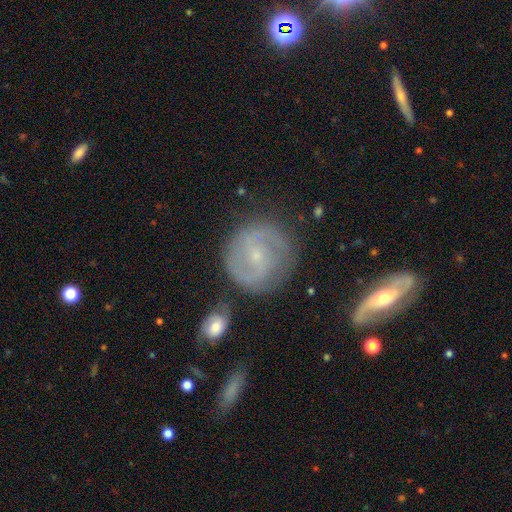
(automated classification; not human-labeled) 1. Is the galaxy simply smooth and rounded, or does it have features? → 77% featured or disk, 16% smooth, 7% star or artifact.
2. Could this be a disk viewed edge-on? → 96% no, 4% yes.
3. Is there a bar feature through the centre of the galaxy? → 44% no, 42% weak, 14% strong.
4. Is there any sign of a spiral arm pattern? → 91% yes, 9% no.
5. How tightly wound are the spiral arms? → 43% medium, 37% tight, 19% loose.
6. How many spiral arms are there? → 78% 2, 12% can't tell, 4% 3, 3% 1, 2% 4, 2% more than 4.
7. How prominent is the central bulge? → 80% small, 15% moderate, 3% none, 1% large, 1% dominant.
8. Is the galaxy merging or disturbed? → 78% none, 14% minor disturbance, 5% major disturbance, 4% merger.